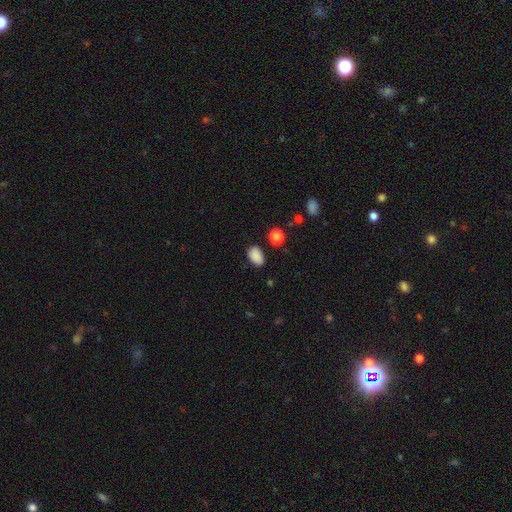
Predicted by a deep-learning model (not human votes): Smooth or featured: smooth — 87% (star or artifact — 10%)
How rounded: in between — 87% (round — 12%)
Merging: none — 80% (minor disturbance — 14%)